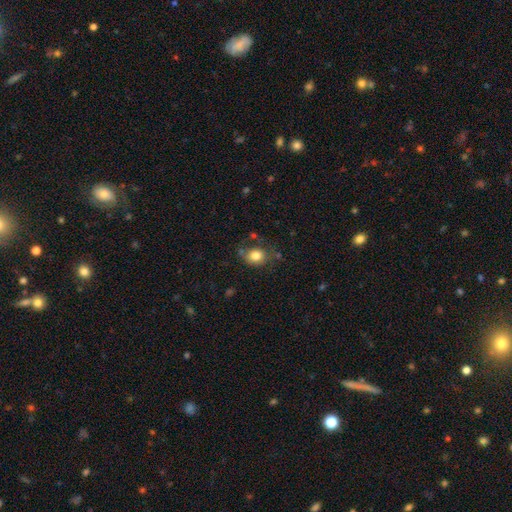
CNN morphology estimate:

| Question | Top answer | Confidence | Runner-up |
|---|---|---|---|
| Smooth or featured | smooth | 80% | featured or disk (10%) |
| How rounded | round | 56% | in between (43%) |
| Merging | none | 64% | minor disturbance (22%) |